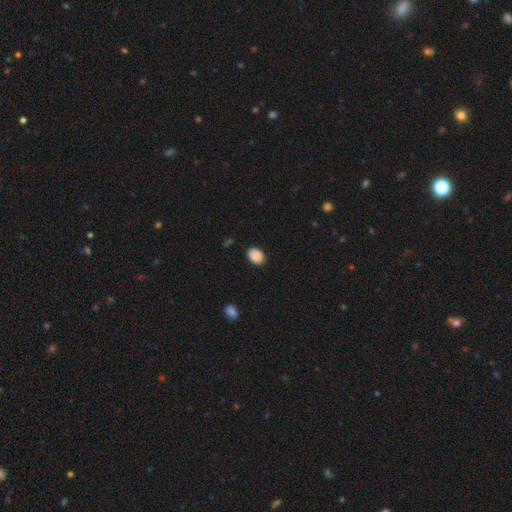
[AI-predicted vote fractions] A smooth galaxy with no disk features (89%) that is in between round and cigar-shaped (71%). Merging: none (85%).